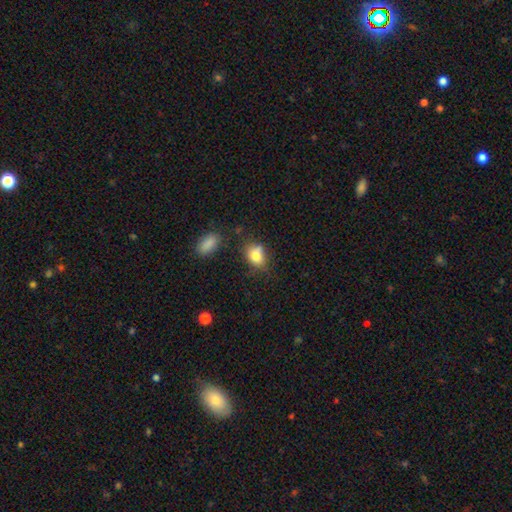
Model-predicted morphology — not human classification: Overall: smooth (79%). How rounded: in between (61%; round 37%). Merging: none (54%; minor disturbance 25%).